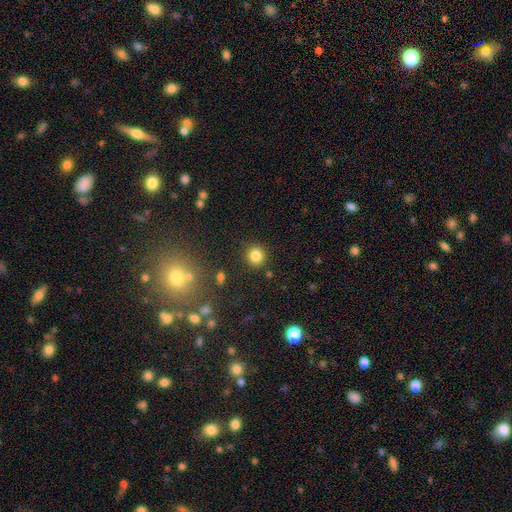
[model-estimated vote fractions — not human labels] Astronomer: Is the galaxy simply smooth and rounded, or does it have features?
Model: smooth — 83%.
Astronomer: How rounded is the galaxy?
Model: round — 90%.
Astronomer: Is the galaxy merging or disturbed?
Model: none — 88%.